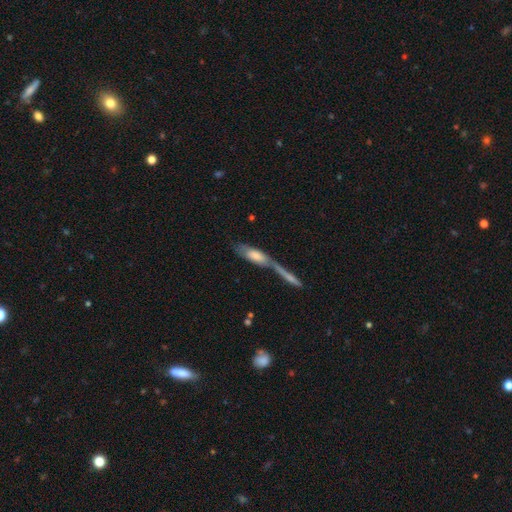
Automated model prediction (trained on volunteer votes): A smooth galaxy with no disk features (51%) that is cigar-shaped (56%). Merging: merger (56%).